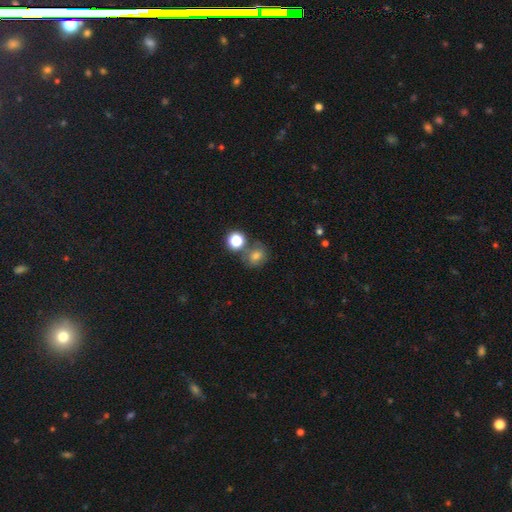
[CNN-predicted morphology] Overall: smooth (68%). How rounded: round (70%). Merging: none (58%; merger 22%).